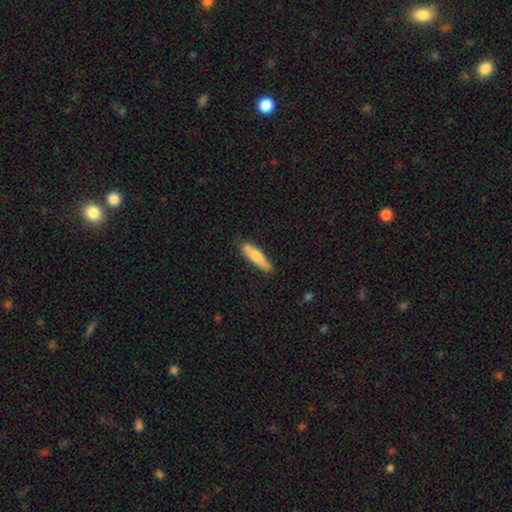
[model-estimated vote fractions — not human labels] Overall: smooth (70%). How rounded: cigar-shaped (81%). Merging: none (84%).